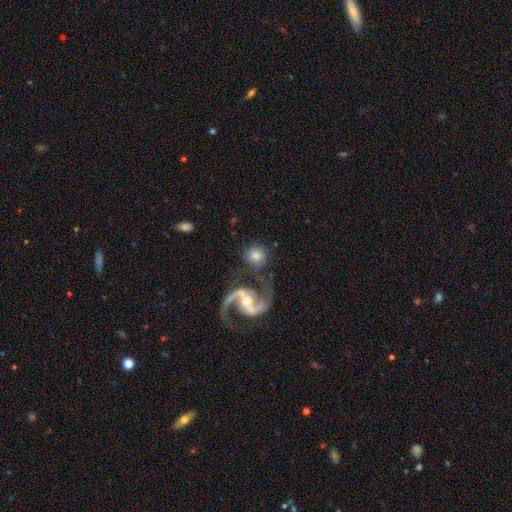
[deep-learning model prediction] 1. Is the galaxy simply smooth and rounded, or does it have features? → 46% smooth (tied), 46% featured or disk (tied), 9% star or artifact.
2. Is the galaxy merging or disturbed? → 65% none, 17% merger, 11% minor disturbance, 7% major disturbance.